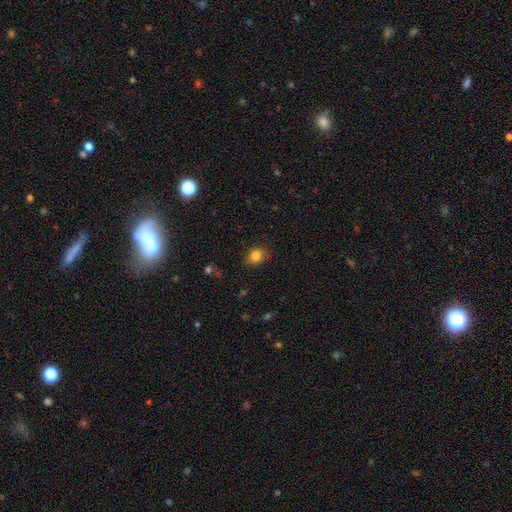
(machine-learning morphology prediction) smooth-or-featured: smooth: 83% | star or artifact: 11% | featured or disk: 6%
  how-rounded: round: 58% | in between: 41% | cigar-shaped: 1%
  merging: none: 77% | minor disturbance: 18% | major disturbance: 4% | merger: 1%